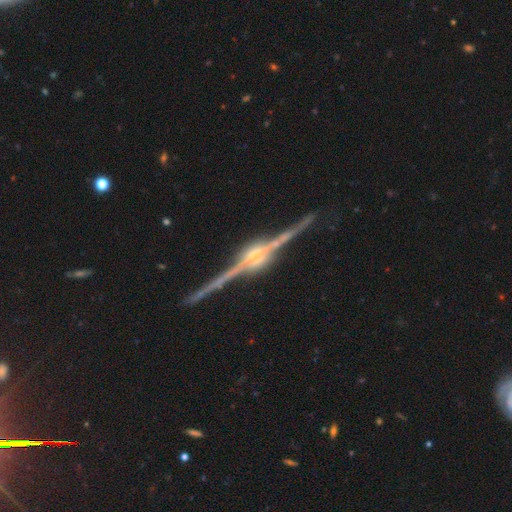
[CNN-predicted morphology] This is clearly a featured or disk galaxy (92%). It is clearly viewed edge-on (98%). Edge-on bulge: clearly rounded (83%). Merging: clearly none (88%).